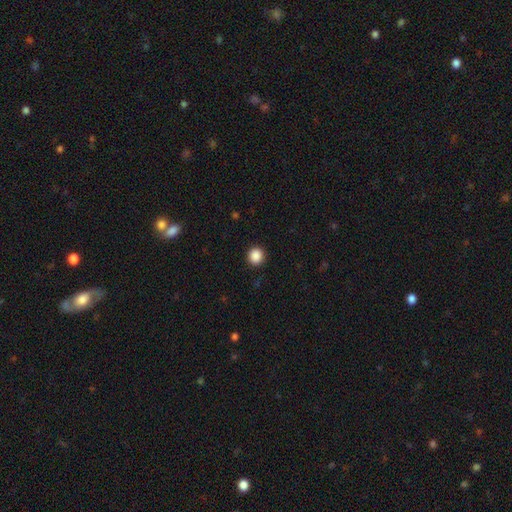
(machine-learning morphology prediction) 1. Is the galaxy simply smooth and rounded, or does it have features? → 88% smooth, 9% star or artifact, 2% featured or disk.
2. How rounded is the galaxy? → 93% round, 6% in between, 1% cigar-shaped.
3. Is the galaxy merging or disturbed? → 92% none, 5% minor disturbance, 2% major disturbance, 1% merger.